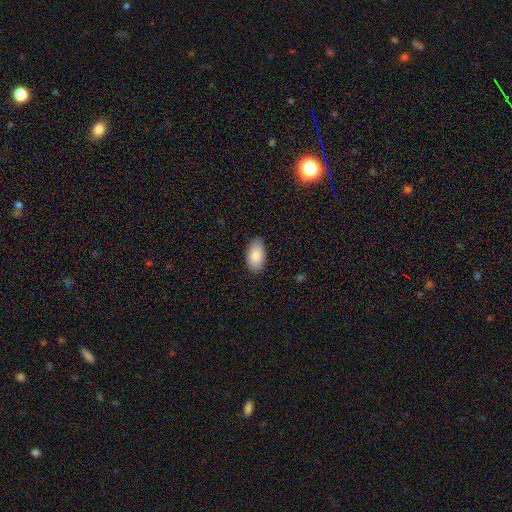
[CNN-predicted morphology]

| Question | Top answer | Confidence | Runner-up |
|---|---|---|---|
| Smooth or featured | smooth | 87% | featured or disk (7%) |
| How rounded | in between | 95% | round (3%) |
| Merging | none | 86% | minor disturbance (11%) |